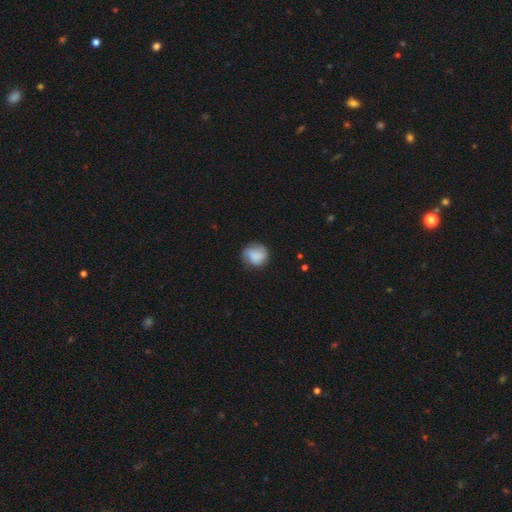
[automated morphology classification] The model was most divided on "merging": none: 70%, minor disturbance: 22%, major disturbance: 6%, merger: 2%. More confident: smooth or featured — smooth (81%); how rounded — round (80%).